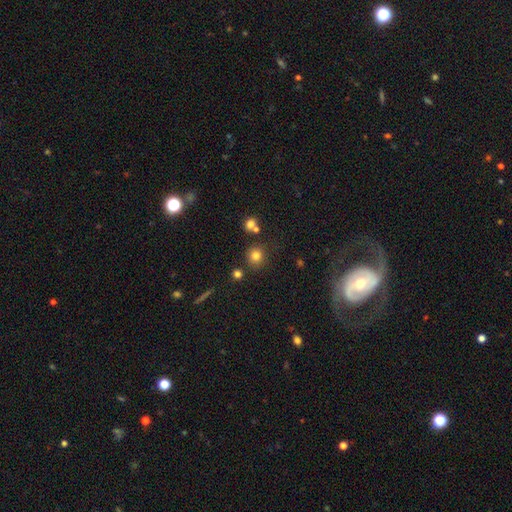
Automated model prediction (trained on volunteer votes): Overall: smooth (79%). How rounded: round (89%). Merging: none (78%).